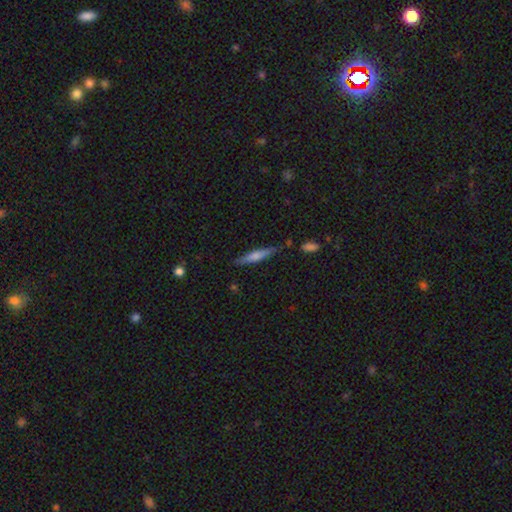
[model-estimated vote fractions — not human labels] Q: Smooth or featured?
A: smooth (50%); runner-up: featured or disk (42%)
Q: How rounded?
A: cigar-shaped (91%); runner-up: in between (7%)
Q: Merging?
A: none (83%); runner-up: minor disturbance (12%)